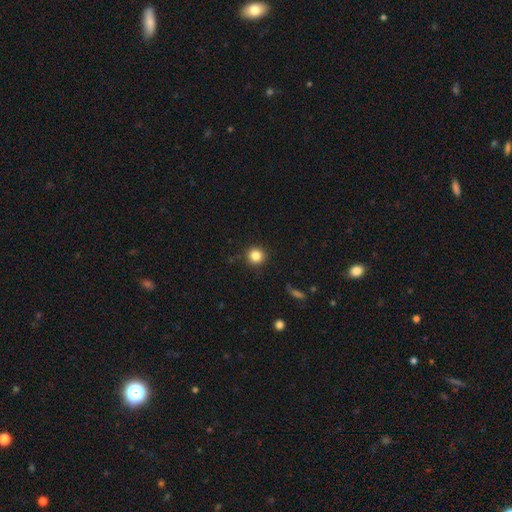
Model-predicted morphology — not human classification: A smooth galaxy with no disk features (84%) that is round (94%).

Vote fractions:
- Smooth or featured? smooth: 84% / star or artifact: 11% / featured or disk: 5%
- How rounded? round: 94% / in between: 5% / cigar-shaped: 1%
- Merging? none: 91% / minor disturbance: 6% / major disturbance: 2% / merger: 1%